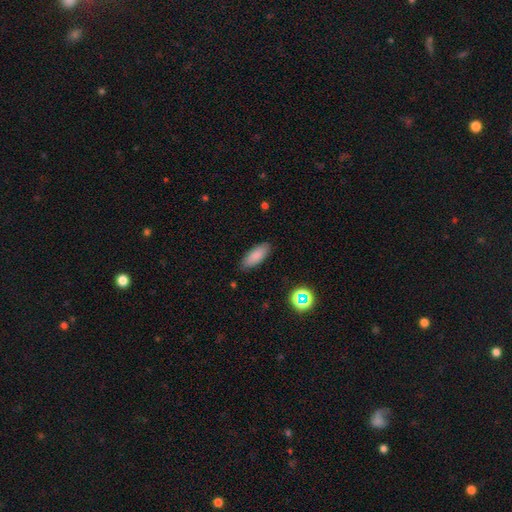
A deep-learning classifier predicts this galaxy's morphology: Smooth or featured? Predicted: smooth (p=0.86). How rounded? Predicted: in between (p=0.74). Merging? Predicted: none (p=0.87).